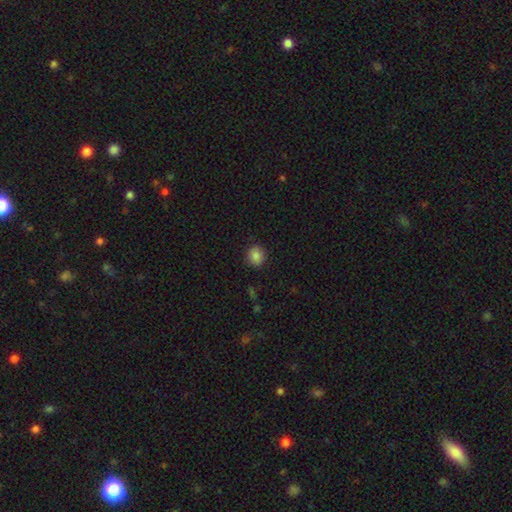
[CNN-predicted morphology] Smooth or featured?
  - smooth: 85% *
  - star or artifact: 10%
  - featured or disk: 5%
How rounded?
  - round: 81% *
  - in between: 18%
  - cigar-shaped: 1%
Merging?
  - none: 90% *
  - minor disturbance: 7%
  - major disturbance: 2%
  - merger: 1%